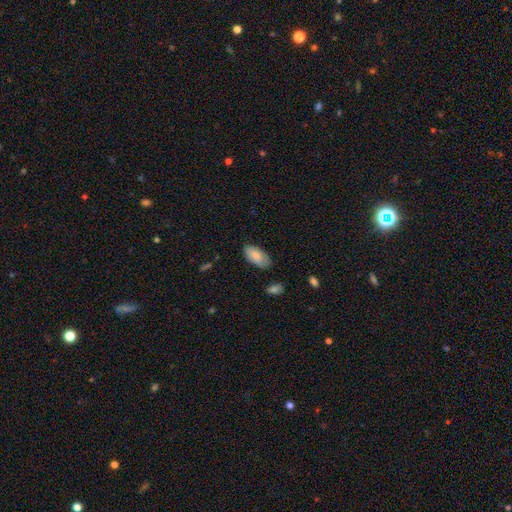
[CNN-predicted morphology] Smooth or featured? Predicted: smooth (p=0.83). How rounded? Predicted: in between (p=0.94). Merging? Predicted: none (p=0.74).